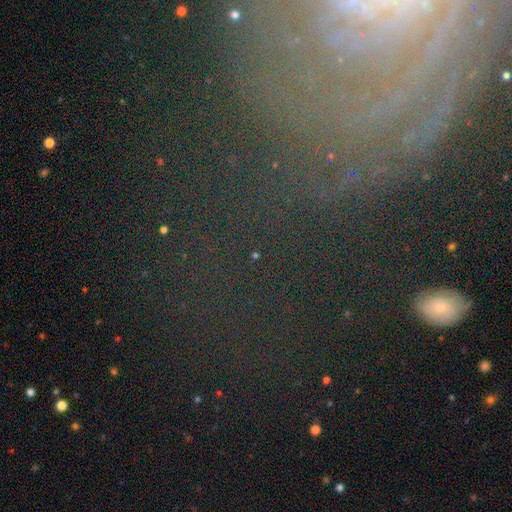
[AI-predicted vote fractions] A star or artifact, not a galaxy (66%).